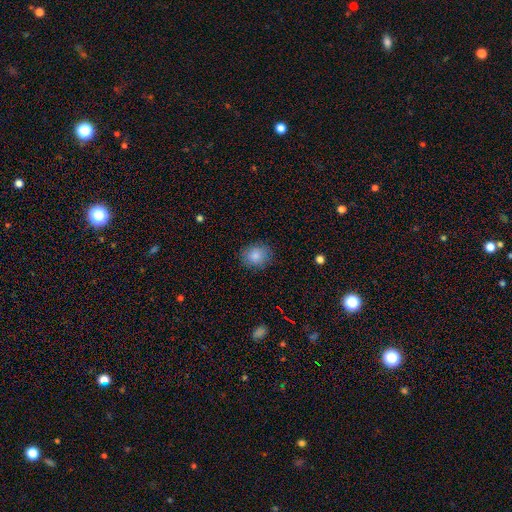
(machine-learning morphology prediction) This appears to be a smooth galaxy with no disk features (85%) that is round (62%). Merging: none (86%).